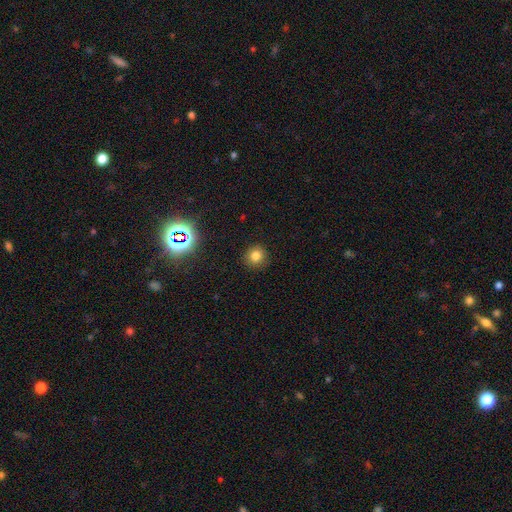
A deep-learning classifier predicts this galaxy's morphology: smooth 79%, star or artifact 16%, featured or disk 6%. Down the decision tree: how rounded — round (91%); merging — none (89%).